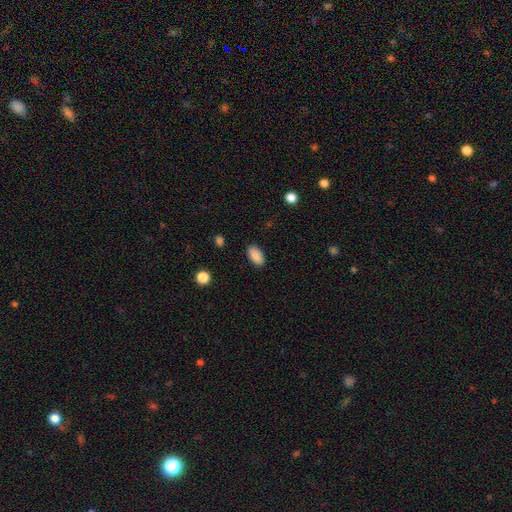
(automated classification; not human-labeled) This appears to be a smooth galaxy with no disk features (89%) that is in between round and cigar-shaped (94%). Merging: none (88%).